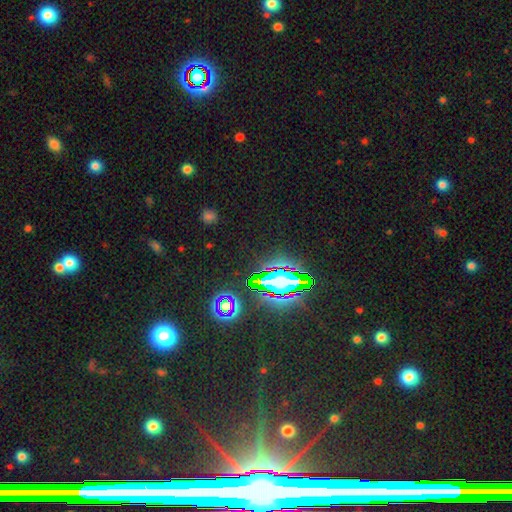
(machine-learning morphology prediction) Smooth or featured?
  - star or artifact: 82% *
  - smooth: 9%
  - featured or disk: 9%